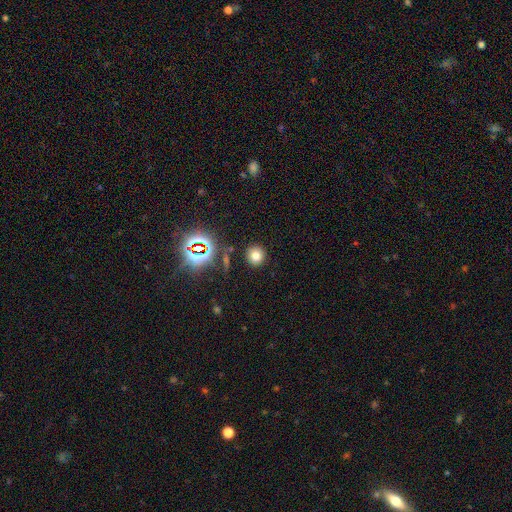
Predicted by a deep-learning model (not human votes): Smooth or featured?
  - smooth: 71% *
  - star or artifact: 21%
  - featured or disk: 8%
How rounded?
  - round: 90% *
  - in between: 9%
  - cigar-shaped: 1%
Merging?
  - none: 88% *
  - minor disturbance: 7%
  - merger: 3%
  - major disturbance: 3%